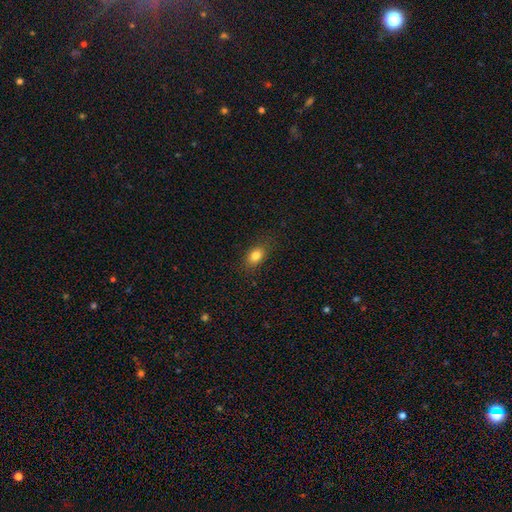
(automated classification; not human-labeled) Smooth or featured?
  - smooth: 83% *
  - star or artifact: 10%
  - featured or disk: 8%
How rounded?
  - in between: 78% *
  - round: 19%
  - cigar-shaped: 3%
Merging?
  - none: 82% *
  - minor disturbance: 13%
  - major disturbance: 4%
  - merger: 1%